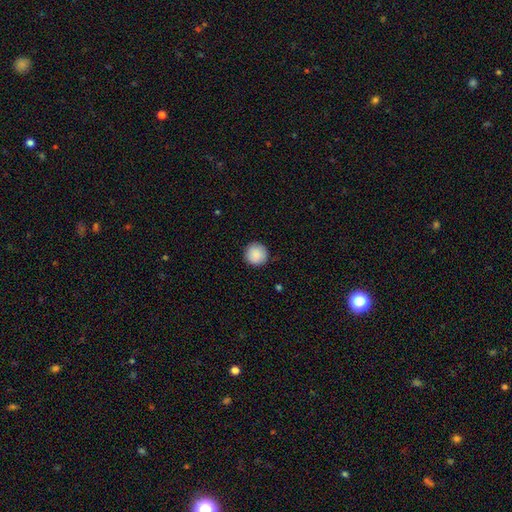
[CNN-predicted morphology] smooth 89%, star or artifact 7%, featured or disk 3%. Down the decision tree: how rounded — round (96%); merging — none (91%).